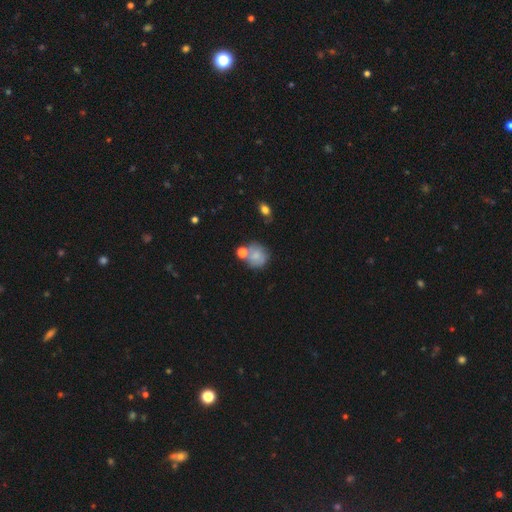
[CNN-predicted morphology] The model was most divided on "merging": none: 52%, merger: 21%, minor disturbance: 19%, major disturbance: 8%. More confident: how rounded — round (79%); smooth or featured — smooth (67%).